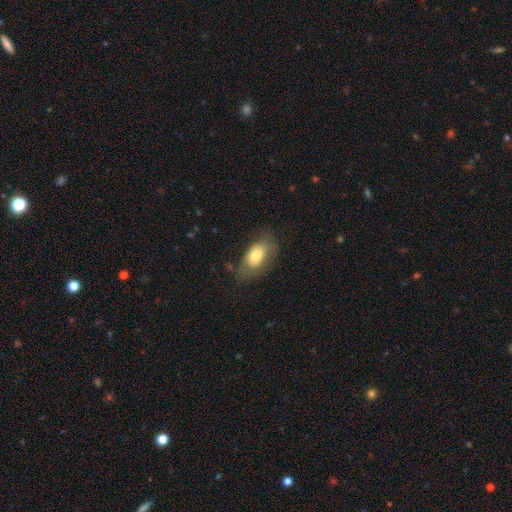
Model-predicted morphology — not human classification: The model was most divided on "merging": none: 61%, minor disturbance: 25%, major disturbance: 12%, merger: 2%. More confident: how rounded — in between (90%); smooth or featured — smooth (74%).